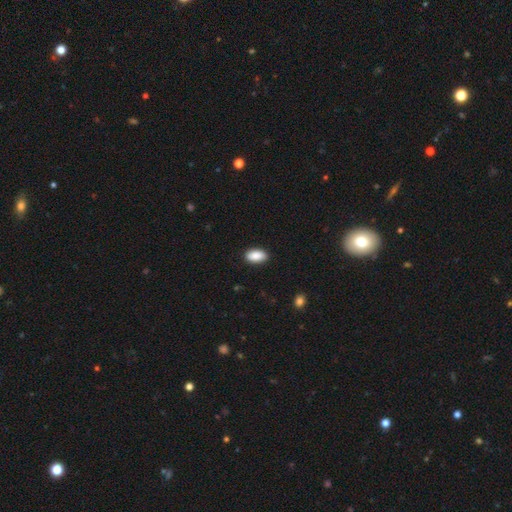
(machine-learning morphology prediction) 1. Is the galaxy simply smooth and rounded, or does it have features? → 90% smooth, 6% star or artifact, 4% featured or disk.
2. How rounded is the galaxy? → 93% in between, 3% cigar-shaped, 3% round.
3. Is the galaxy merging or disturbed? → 89% none, 8% minor disturbance, 2% major disturbance, 1% merger.